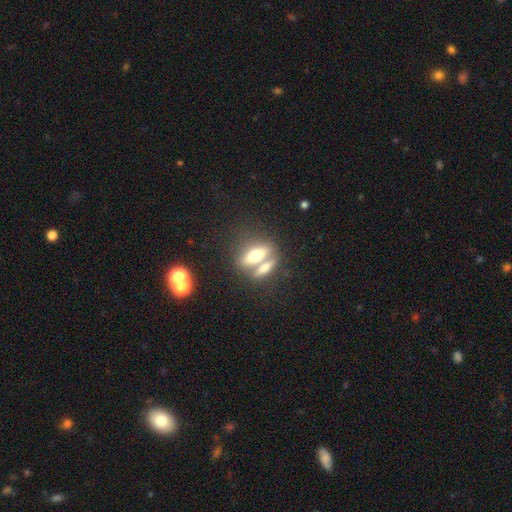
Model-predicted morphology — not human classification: Smooth or featured? smooth (56%)
How rounded? in between (56%)
Merging? merger (46%)